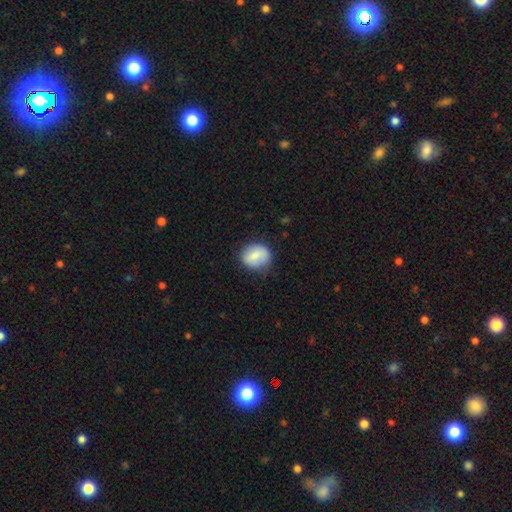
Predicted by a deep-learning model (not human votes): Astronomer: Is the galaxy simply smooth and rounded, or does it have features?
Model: smooth — 79%.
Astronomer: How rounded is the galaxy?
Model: round — 72%.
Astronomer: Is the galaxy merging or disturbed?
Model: none — 78%.